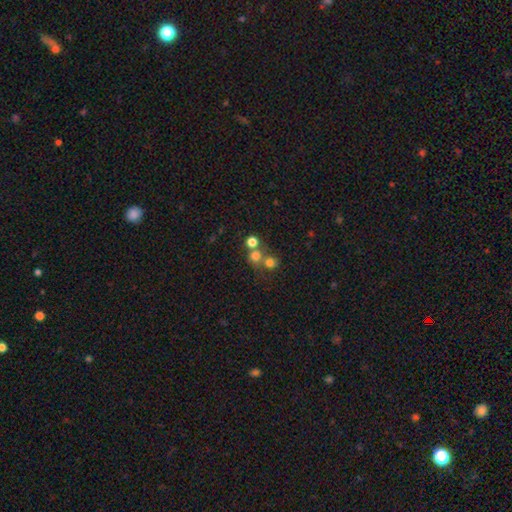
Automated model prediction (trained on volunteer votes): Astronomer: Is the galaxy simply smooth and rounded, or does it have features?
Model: smooth — 69%.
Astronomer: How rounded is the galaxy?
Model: round — 84%.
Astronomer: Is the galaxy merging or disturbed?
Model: none — 47% (runner-up: merger, 41%).